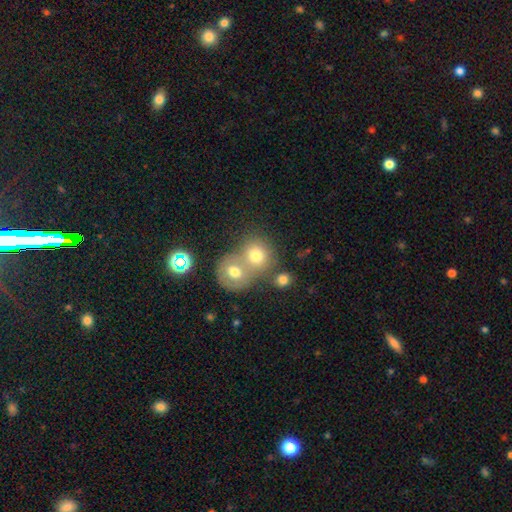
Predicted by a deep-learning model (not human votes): A smooth galaxy with no disk features (71%) that is round (78%).

Vote fractions:
- Smooth or featured? smooth: 71% / featured or disk: 16% / star or artifact: 12%
- How rounded? round: 78% / in between: 21% / cigar-shaped: 1%
- Merging? merger: 57% / none: 32% / minor disturbance: 7% / major disturbance: 4%